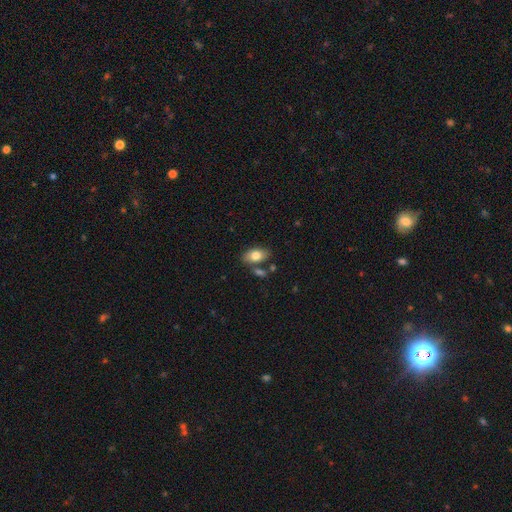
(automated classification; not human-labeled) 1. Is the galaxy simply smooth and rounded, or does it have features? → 78% smooth, 15% featured or disk, 7% star or artifact.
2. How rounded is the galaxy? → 90% in between, 7% round, 2% cigar-shaped.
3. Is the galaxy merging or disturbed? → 70% none, 13% merger, 13% minor disturbance, 4% major disturbance.